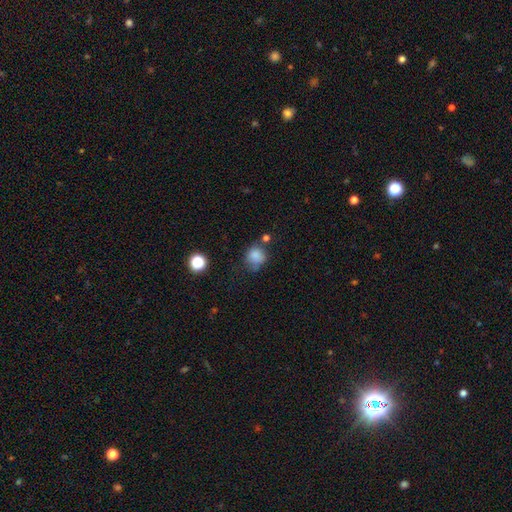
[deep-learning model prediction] A smooth galaxy with no disk features (82%) that is round (82%).

Vote fractions:
- Smooth or featured? smooth: 82% / star or artifact: 11% / featured or disk: 7%
- How rounded? round: 82% / in between: 17% / cigar-shaped: 1%
- Merging? none: 57% / minor disturbance: 24% / merger: 10% / major disturbance: 9%